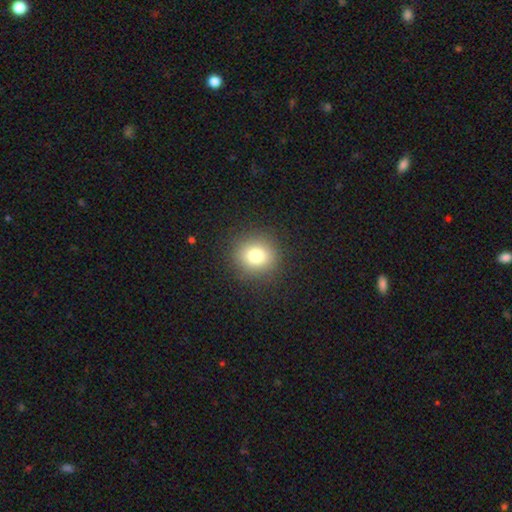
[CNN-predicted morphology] Smooth or featured? Predicted: smooth (p=0.79). How rounded? Predicted: round (p=0.88). Merging? Predicted: none (p=0.90).